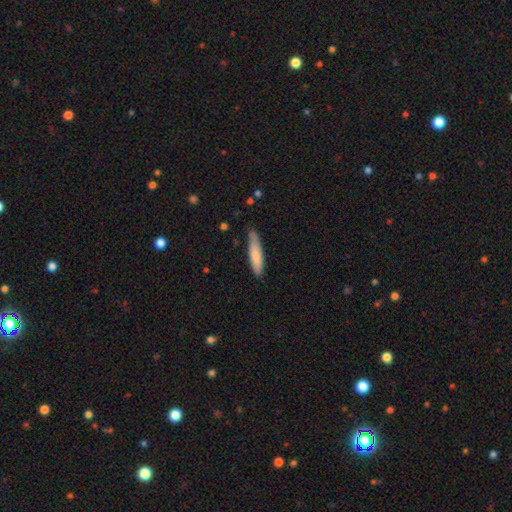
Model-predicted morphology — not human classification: Smooth or featured? smooth (80%)
How rounded? cigar-shaped (80%)
Merging? none (76%)